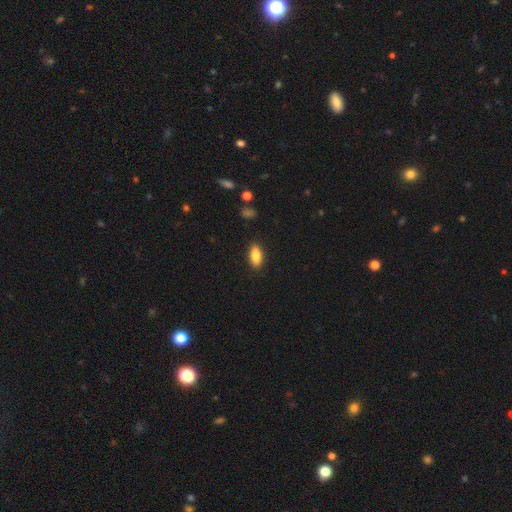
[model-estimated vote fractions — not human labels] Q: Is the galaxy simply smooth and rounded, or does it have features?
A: smooth — 84%.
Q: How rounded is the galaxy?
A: in between — 87%.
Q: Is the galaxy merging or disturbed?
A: none — 88%.